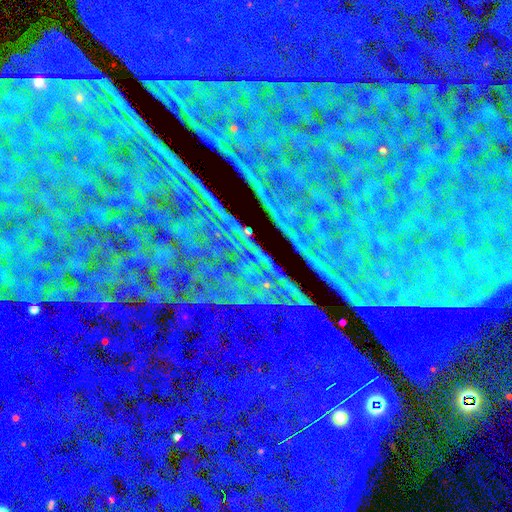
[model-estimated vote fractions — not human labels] smooth_or_featured: star or artifact (p=0.88) [alt: featured or disk p=0.06]